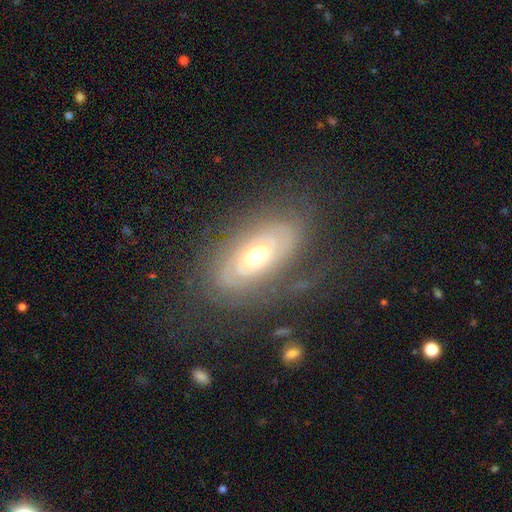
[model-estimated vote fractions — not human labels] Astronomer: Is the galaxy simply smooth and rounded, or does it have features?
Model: featured or disk — 78%.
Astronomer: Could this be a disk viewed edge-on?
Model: no — 91%.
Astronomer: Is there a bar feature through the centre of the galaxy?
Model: no — 73%.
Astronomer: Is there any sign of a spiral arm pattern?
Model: yes — 79%.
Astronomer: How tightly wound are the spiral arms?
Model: tight — 69%.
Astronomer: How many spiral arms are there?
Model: can't tell — 42% (runner-up: 2, 36%).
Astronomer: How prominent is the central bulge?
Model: moderate — 72%.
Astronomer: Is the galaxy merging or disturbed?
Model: none — 71%.